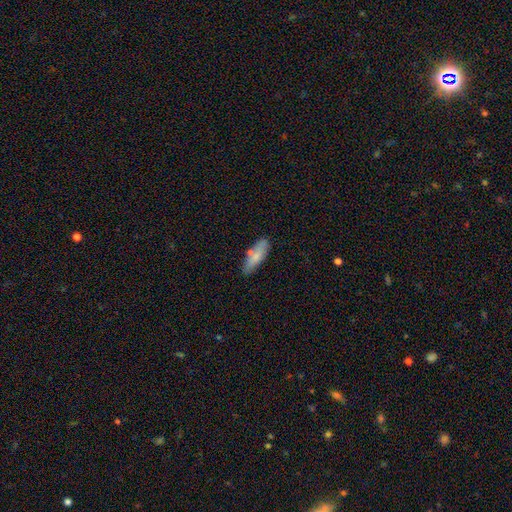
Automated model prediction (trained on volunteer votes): Overall: smooth (76%). How rounded: in between (55%; cigar-shaped 43%). Merging: none (70%).